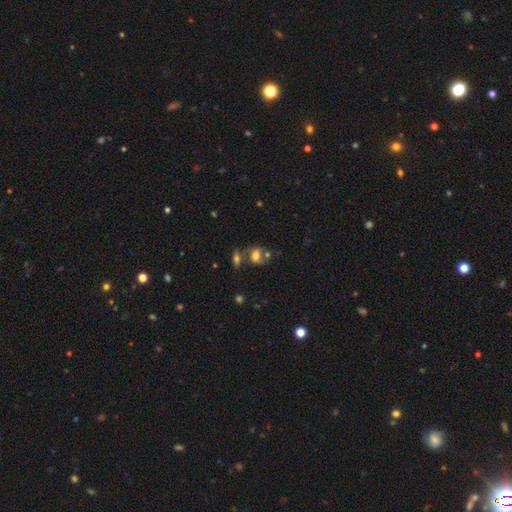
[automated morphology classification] A smooth galaxy with no disk features (62%) that is in between round and cigar-shaped (69%).

Vote fractions:
- Smooth or featured? smooth: 62% / featured or disk: 24% / star or artifact: 15%
- How rounded? in between: 69% / round: 27% / cigar-shaped: 3%
- Merging? none: 38% / merger: 37% / minor disturbance: 15% / major disturbance: 10%